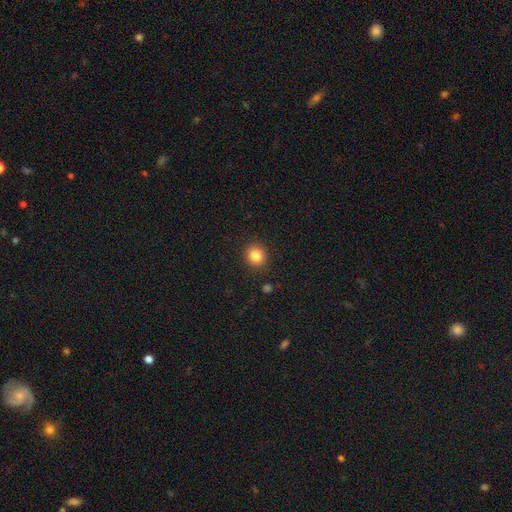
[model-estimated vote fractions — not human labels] This is clearly a smooth galaxy (84%). How rounded: clearly round (86%). Merging: clearly none (90%).